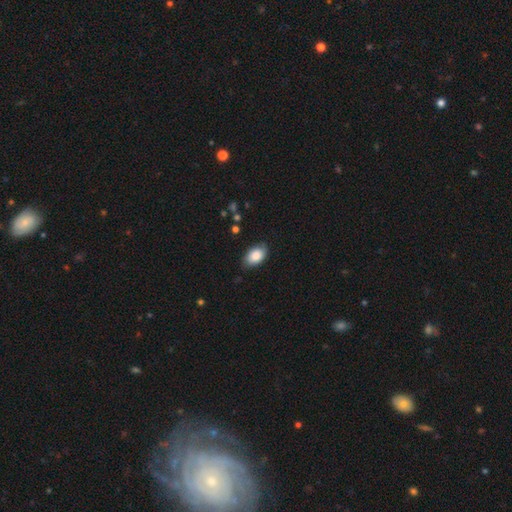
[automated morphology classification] type=smooth (85%); roundness=in between (92%); merging=none (77%).